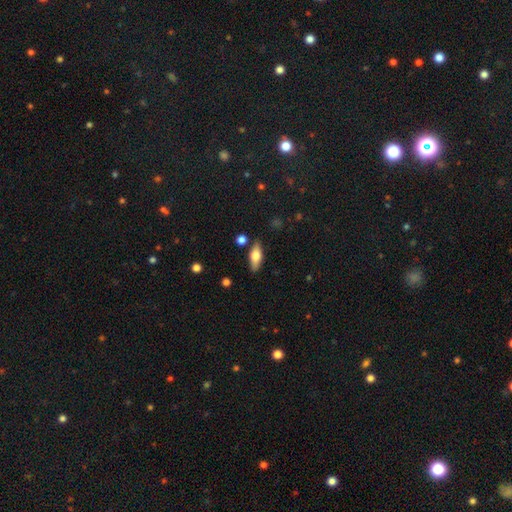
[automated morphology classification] type=smooth (62%); roundness=in between (72%); merging=none (81%).